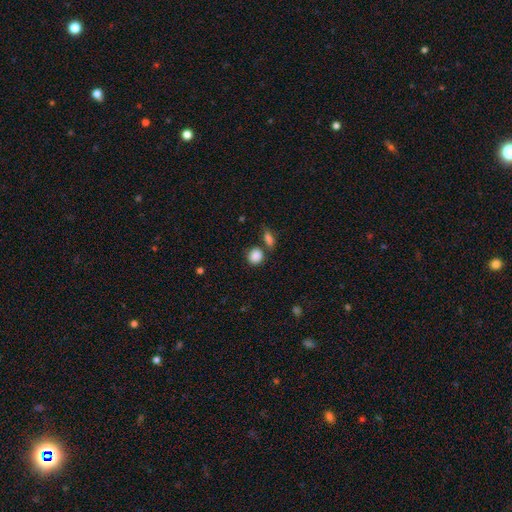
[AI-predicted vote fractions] Smooth or featured? Predicted: smooth (p=0.87). How rounded? Predicted: round (p=0.74). Merging? Predicted: none (p=0.63).